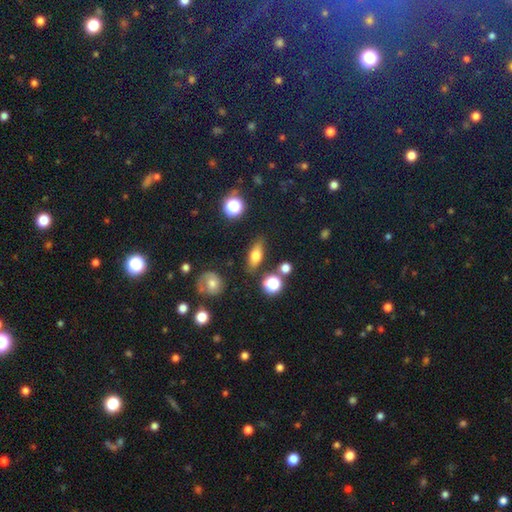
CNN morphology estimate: Q: Smooth or featured?
A: smooth (68%); runner-up: featured or disk (20%)
Q: How rounded?
A: in between (70%); runner-up: cigar-shaped (21%)
Q: Merging?
A: none (78%); runner-up: minor disturbance (12%)